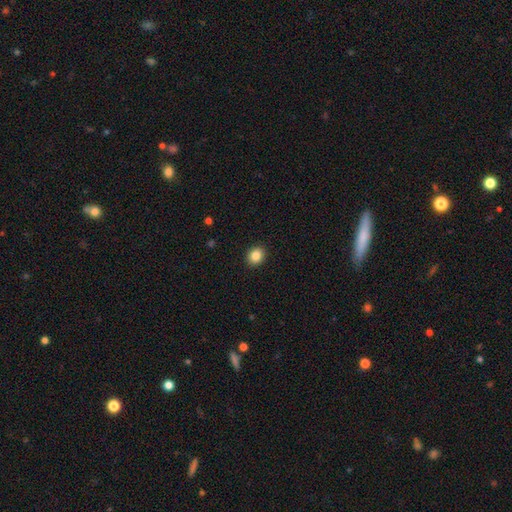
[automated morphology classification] Smooth or featured?
  - smooth: 86% *
  - star or artifact: 10%
  - featured or disk: 5%
How rounded?
  - round: 62% *
  - in between: 37%
  - cigar-shaped: 1%
Merging?
  - none: 92% *
  - minor disturbance: 6%
  - major disturbance: 2%
  - merger: 1%